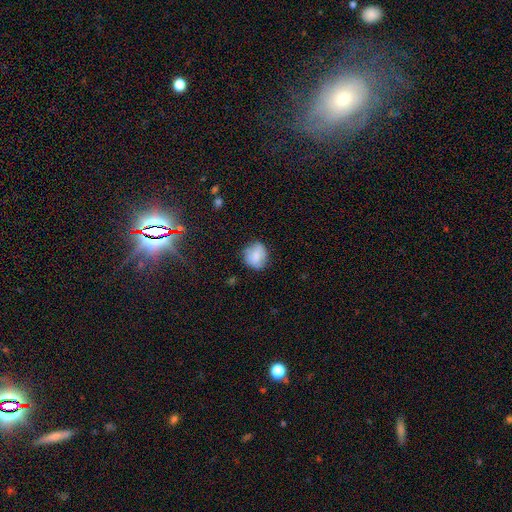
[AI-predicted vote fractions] smooth-or-featured: smooth: 78% | featured or disk: 13% | star or artifact: 8%
  how-rounded: round: 79% | in between: 20% | cigar-shaped: 1%
  merging: none: 75% | minor disturbance: 19% | major disturbance: 5% | merger: 2%